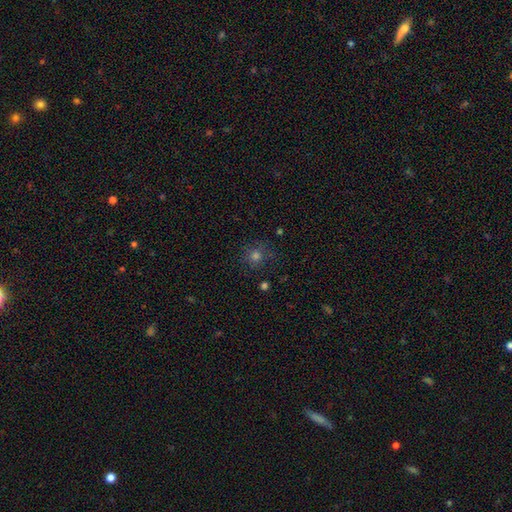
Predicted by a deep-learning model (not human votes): This appears to be a smooth galaxy with no disk features (66%) that is round (92%). Merging: none (82%).